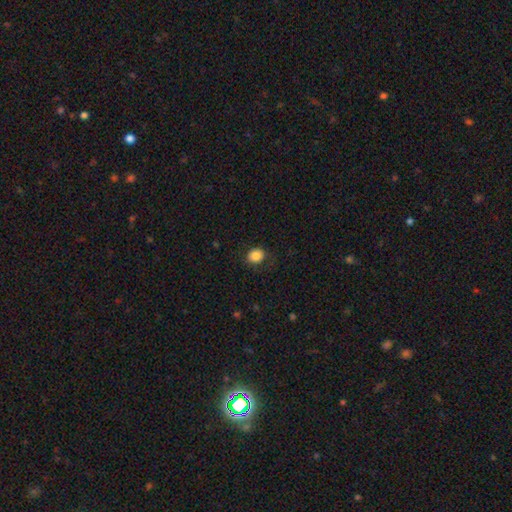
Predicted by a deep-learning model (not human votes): A smooth galaxy with no disk features (85%) that is round (62%). Merging: none (80%).